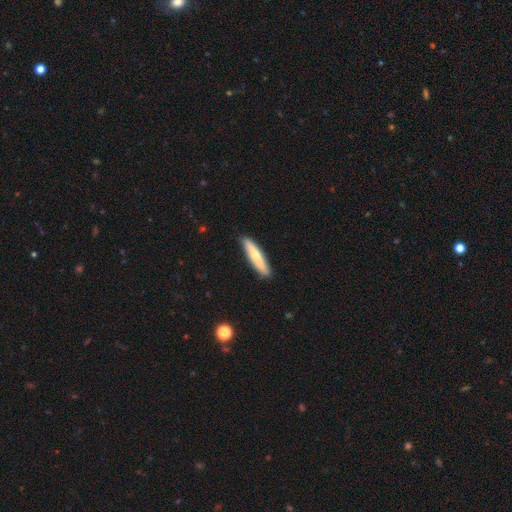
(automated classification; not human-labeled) Smooth or featured? Predicted: smooth (p=0.63). How rounded? Predicted: cigar-shaped (p=0.87). Merging? Predicted: none (p=0.89).